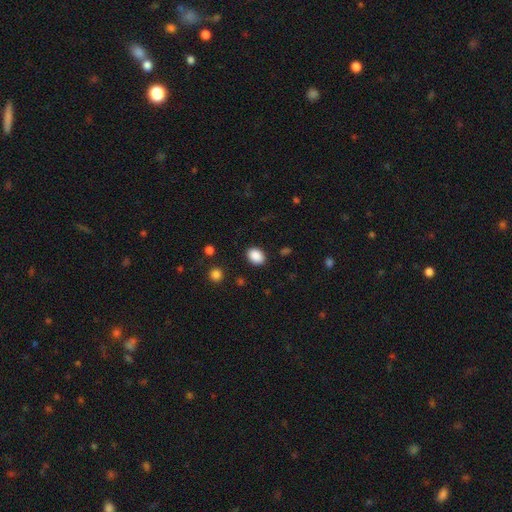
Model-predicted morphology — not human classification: Smooth or featured? smooth (88%)
How rounded? in between (67%)
Merging? none (87%)